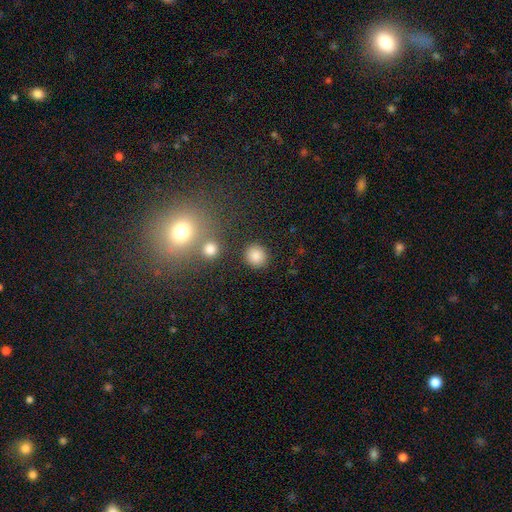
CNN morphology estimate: The model was most divided on "smooth or featured": smooth: 85%, star or artifact: 10%, featured or disk: 5%. More confident: how rounded — round (90%); merging — none (88%).